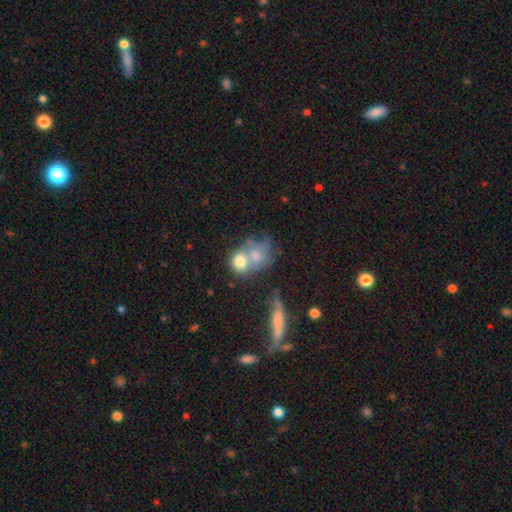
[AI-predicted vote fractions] The model was most divided on "how rounded": round: 52%, in between: 46%, cigar-shaped: 3%. More confident: merging — merger (63%); smooth or featured — smooth (60%).